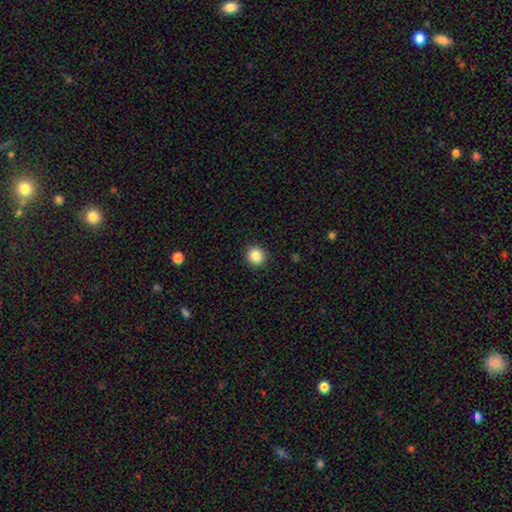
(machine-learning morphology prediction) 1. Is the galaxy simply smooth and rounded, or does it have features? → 86% smooth, 10% star or artifact, 5% featured or disk.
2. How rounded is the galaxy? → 91% round, 8% in between, 1% cigar-shaped.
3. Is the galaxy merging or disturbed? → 92% none, 5% minor disturbance, 2% major disturbance, 1% merger.